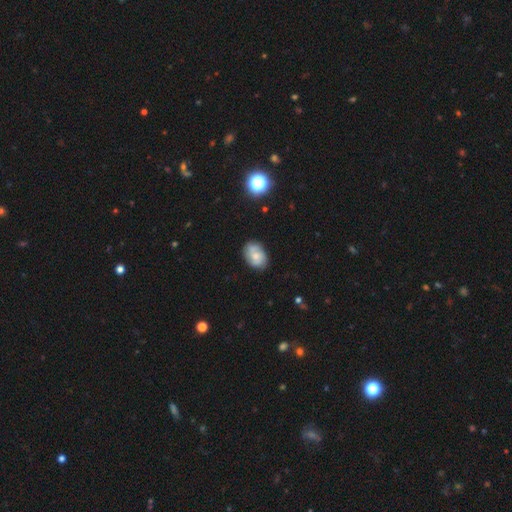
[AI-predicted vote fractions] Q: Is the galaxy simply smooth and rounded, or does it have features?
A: featured or disk — 57%.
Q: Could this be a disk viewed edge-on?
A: no — 97%.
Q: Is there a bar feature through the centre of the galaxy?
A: no — 67%.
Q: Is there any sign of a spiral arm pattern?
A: yes — 87%.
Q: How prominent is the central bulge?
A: moderate — 46%.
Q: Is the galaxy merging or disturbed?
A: none — 75%.